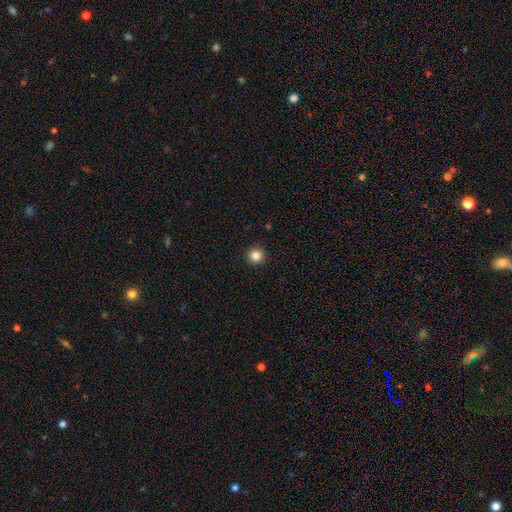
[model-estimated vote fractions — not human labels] Smooth or featured: smooth — 84% (star or artifact — 11%)
How rounded: round — 96% (in between — 3%)
Merging: none — 94% (minor disturbance — 4%)